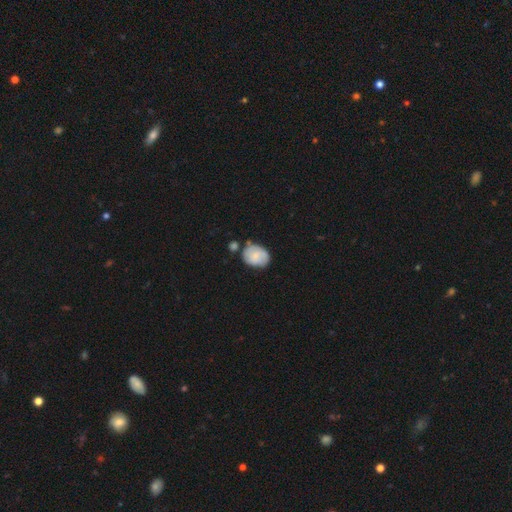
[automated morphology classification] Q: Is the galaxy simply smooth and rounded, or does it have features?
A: smooth — 70%.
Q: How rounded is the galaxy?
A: in between — 66%.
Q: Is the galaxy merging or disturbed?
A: none — 53%.